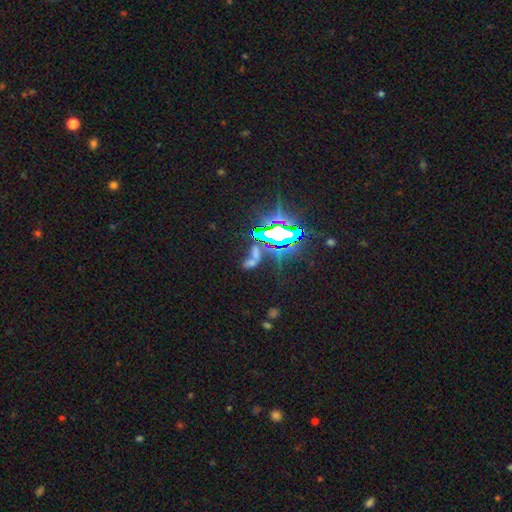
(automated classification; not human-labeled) A star or artifact, not a galaxy (67%).